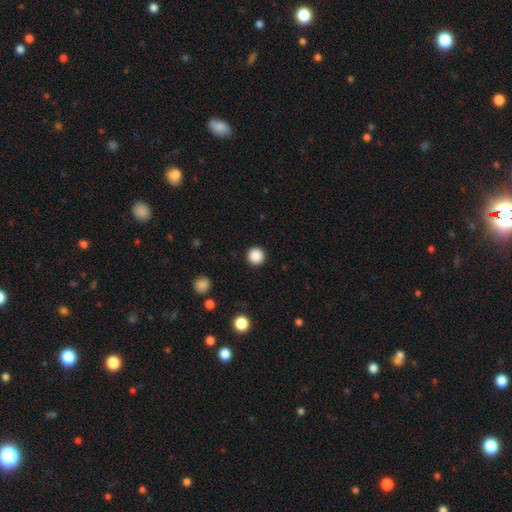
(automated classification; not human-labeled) This is clearly a smooth galaxy (88%). How rounded: clearly round (95%). Merging: clearly none (93%).